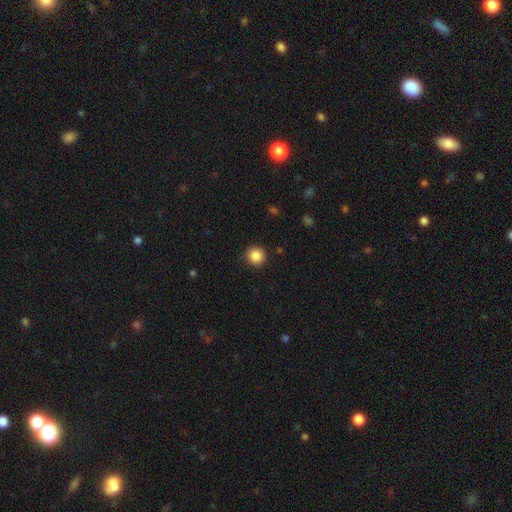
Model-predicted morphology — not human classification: Overall: smooth (86%). How rounded: round (95%). Merging: none (89%).